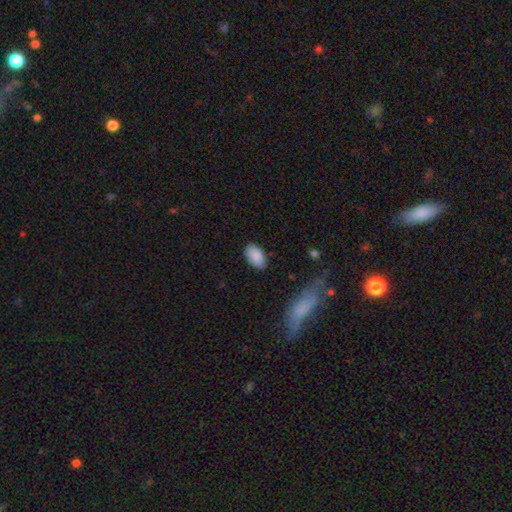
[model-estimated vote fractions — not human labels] Smooth or featured? Predicted: smooth (p=0.88). How rounded? Predicted: in between (p=0.93). Merging? Predicted: none (p=0.82).